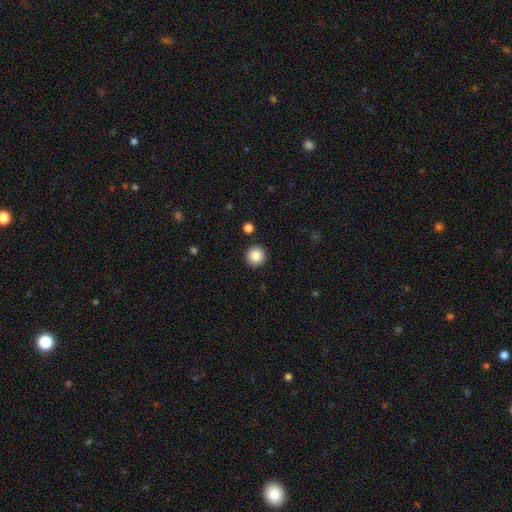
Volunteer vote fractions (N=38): Overall: smooth (92%). How rounded: round (97%). Merging: none (92%).